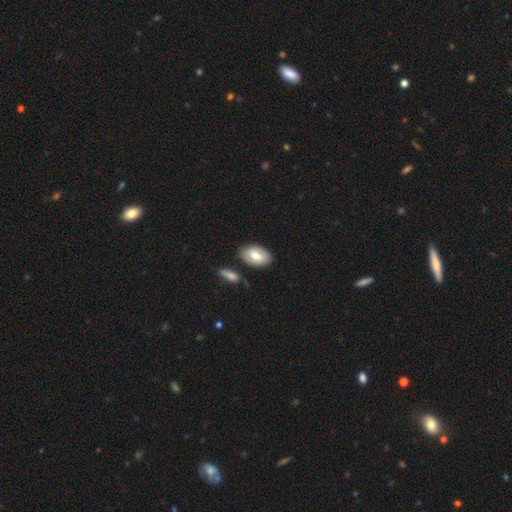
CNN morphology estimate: Q: Smooth or featured?
A: smooth (68%); runner-up: featured or disk (26%)
Q: How rounded?
A: in between (91%); runner-up: round (7%)
Q: Merging?
A: none (78%); runner-up: minor disturbance (13%)